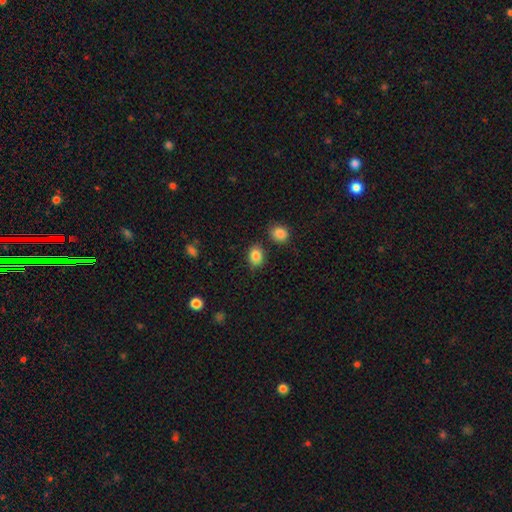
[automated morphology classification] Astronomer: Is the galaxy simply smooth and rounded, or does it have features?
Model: smooth — 85%.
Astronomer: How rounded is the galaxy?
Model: in between — 64%.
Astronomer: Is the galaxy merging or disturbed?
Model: none — 78%.